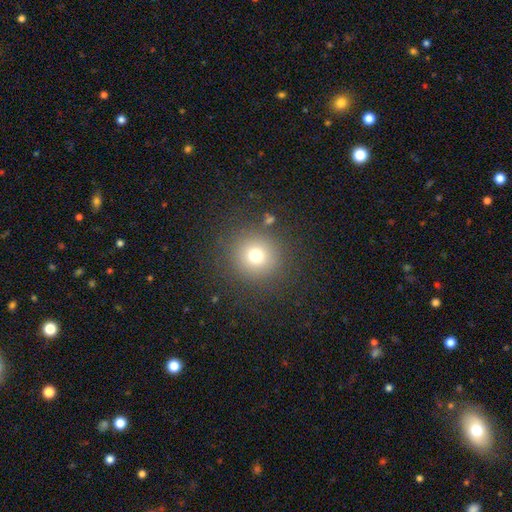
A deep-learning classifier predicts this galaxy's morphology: The model was most divided on "smooth or featured": smooth: 73%, star or artifact: 17%, featured or disk: 10%. More confident: how rounded — round (94%); merging — none (87%).